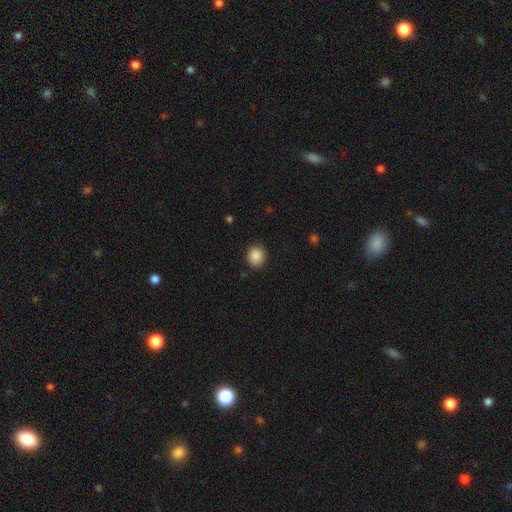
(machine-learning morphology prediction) smooth_or_featured: smooth (p=0.88) [alt: star or artifact p=0.09]
how_rounded: round (p=0.77) [alt: in between p=0.23]
merging: none (p=0.89) [alt: minor disturbance p=0.07]